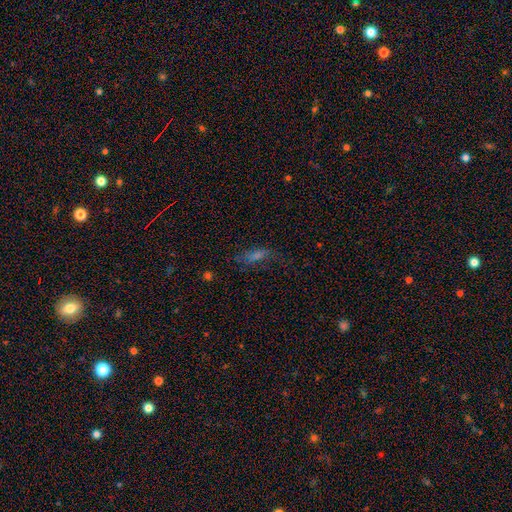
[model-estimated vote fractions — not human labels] smooth 46%, featured or disk 28%, star or artifact 26%. Down the decision tree: merging — none (59%).